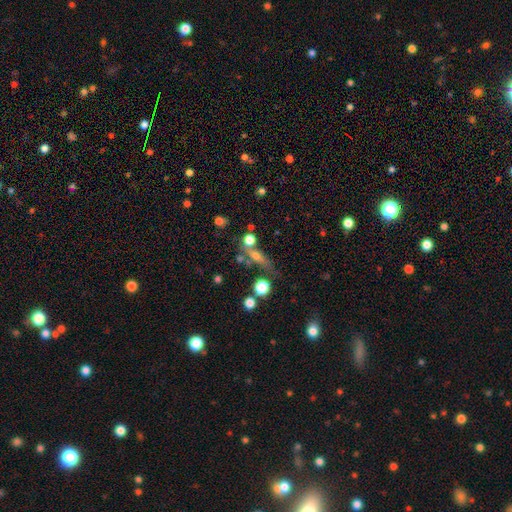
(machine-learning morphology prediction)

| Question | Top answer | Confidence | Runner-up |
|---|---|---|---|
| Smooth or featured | smooth | 48% | featured or disk (34%) |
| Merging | none | 55% | merger (20%) |